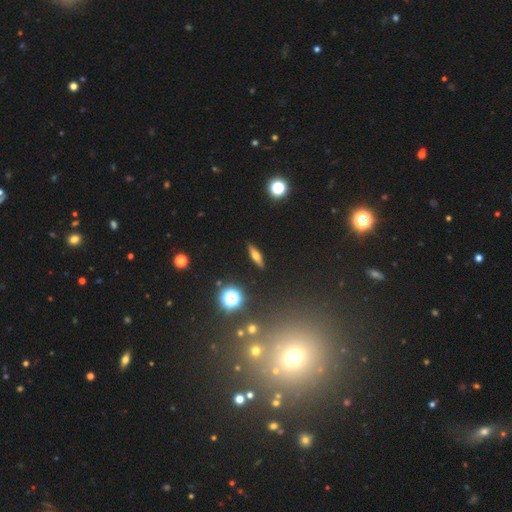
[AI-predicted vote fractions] smooth 48%, featured or disk 38%, star or artifact 13%. Down the decision tree: merging — none (90%).